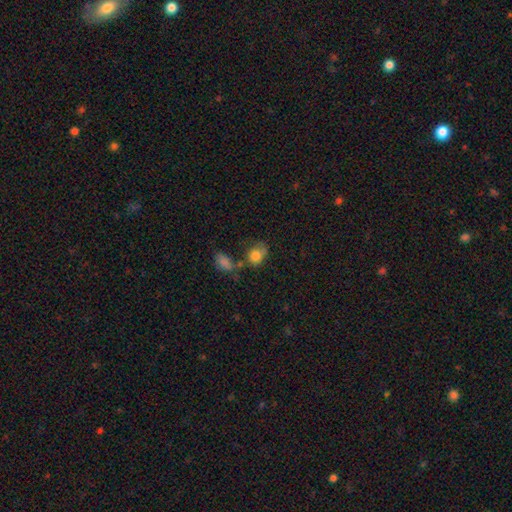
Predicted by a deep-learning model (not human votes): A smooth galaxy with no disk features (80%) that is round (57%). Merging: none (41%).